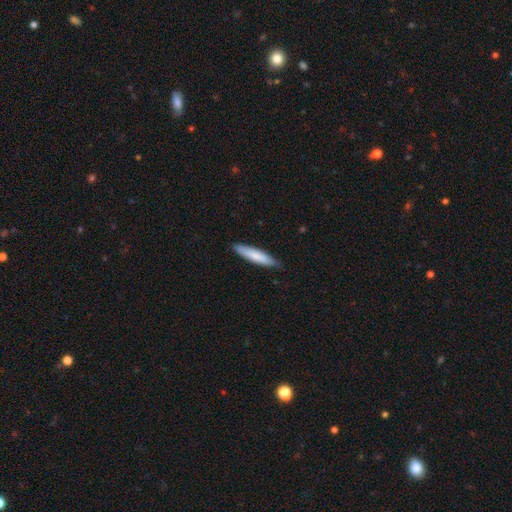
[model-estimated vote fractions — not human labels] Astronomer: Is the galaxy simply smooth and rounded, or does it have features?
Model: smooth — 79%.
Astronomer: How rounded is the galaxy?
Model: cigar-shaped — 83%.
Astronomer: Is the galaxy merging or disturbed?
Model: none — 85%.